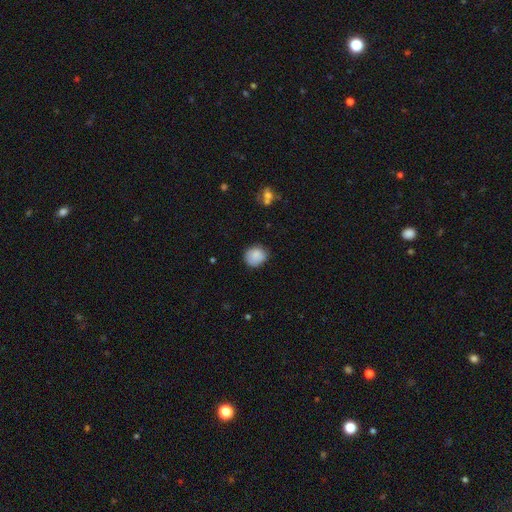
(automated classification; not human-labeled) Q: Smooth or featured?
A: smooth (84%); runner-up: featured or disk (8%)
Q: How rounded?
A: round (78%); runner-up: in between (21%)
Q: Merging?
A: none (75%); runner-up: minor disturbance (20%)